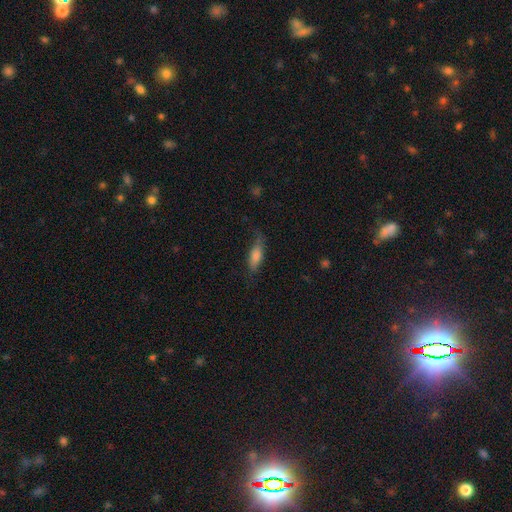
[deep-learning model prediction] Smooth or featured?
  - smooth: 72% *
  - featured or disk: 21%
  - star or artifact: 7%
How rounded?
  - in between: 60% *
  - cigar-shaped: 37%
  - round: 3%
Merging?
  - none: 58% *
  - minor disturbance: 28%
  - major disturbance: 12%
  - merger: 2%